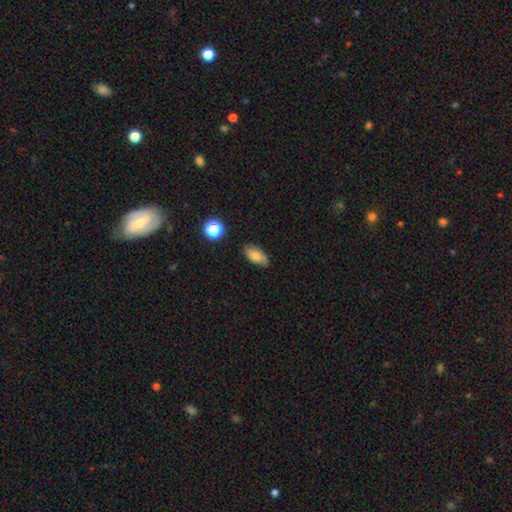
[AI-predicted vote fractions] Smooth or featured? smooth (76%)
How rounded? in between (90%)
Merging? none (75%)